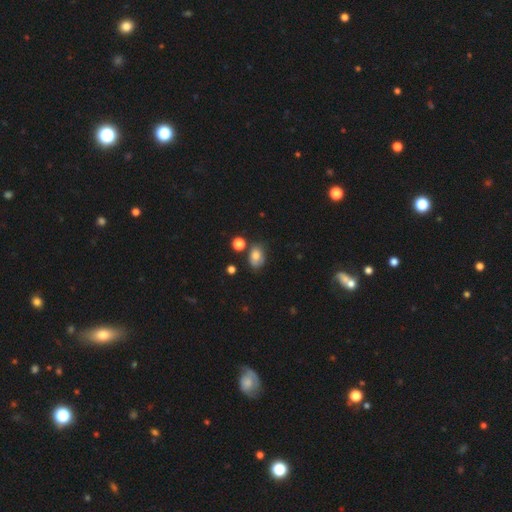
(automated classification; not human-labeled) smooth_or_featured: smooth (p=0.75) [alt: featured or disk p=0.13]
how_rounded: in between (p=0.71) [alt: round p=0.27]
merging: none (p=0.59) [alt: minor disturbance p=0.25]